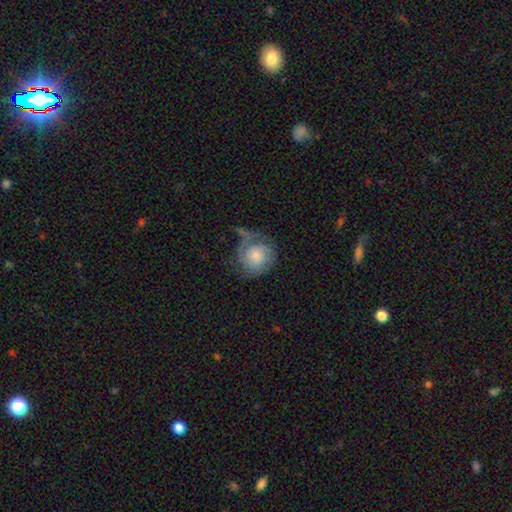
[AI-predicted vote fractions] A featured or disk galaxy (52%) with no bar (80%), spiral arms (82%) and a small central bulge (36%). Merging: none (42%).